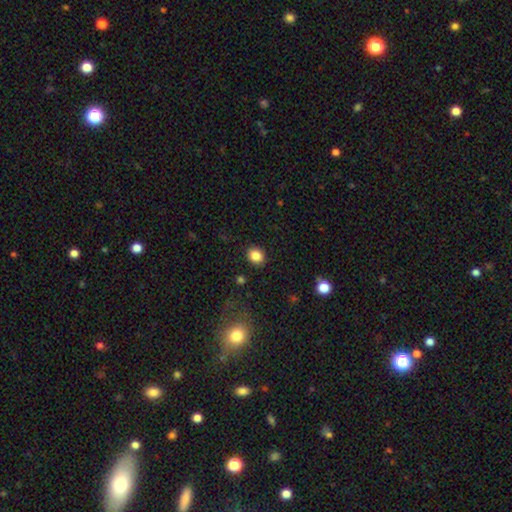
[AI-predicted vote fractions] Smooth or featured? smooth (85%)
How rounded? round (57%)
Merging? none (87%)